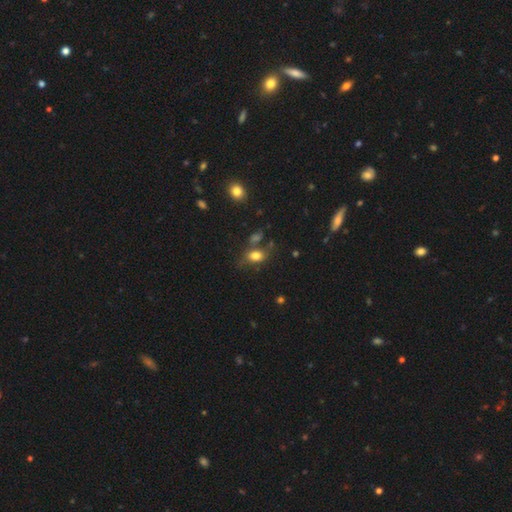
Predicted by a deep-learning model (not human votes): Q: Smooth or featured?
A: smooth (78%); runner-up: star or artifact (11%)
Q: How rounded?
A: in between (78%); runner-up: round (19%)
Q: Merging?
A: none (57%); runner-up: minor disturbance (20%)